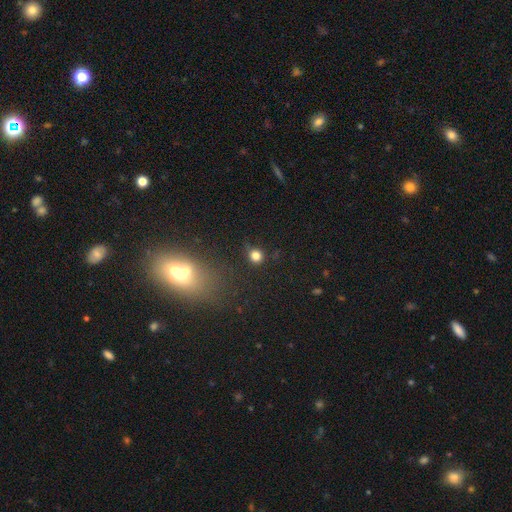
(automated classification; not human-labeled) Smooth or featured? smooth (79%)
How rounded? round (86%)
Merging? none (80%)